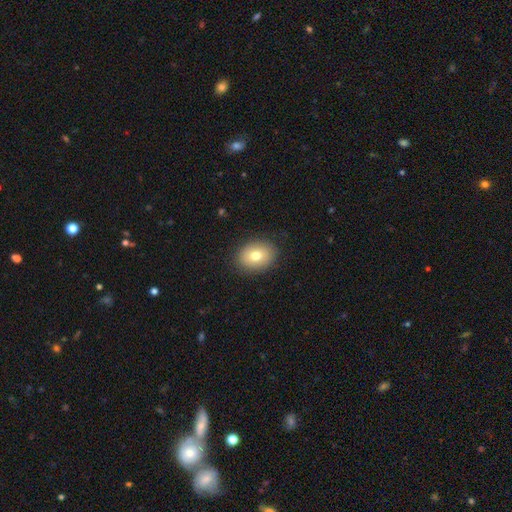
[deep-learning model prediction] A smooth galaxy with no disk features (75%) that is in between round and cigar-shaped (61%).

Vote fractions:
- Smooth or featured? smooth: 75% / featured or disk: 16% / star or artifact: 9%
- How rounded? in between: 61% / round: 38% / cigar-shaped: 1%
- Merging? none: 88% / minor disturbance: 9% / major disturbance: 3% / merger: 1%